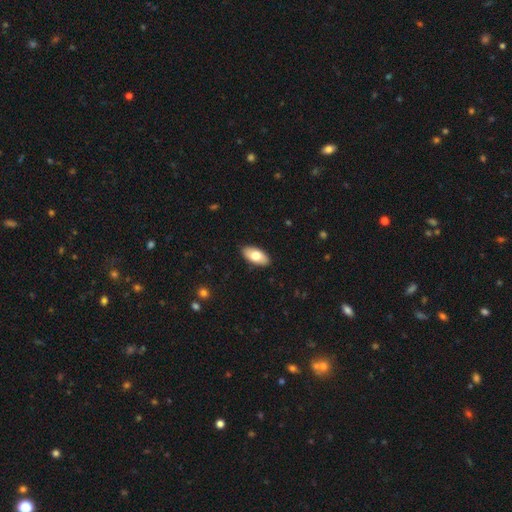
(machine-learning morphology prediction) The model was most divided on "smooth or featured": smooth: 75%, featured or disk: 19%, star or artifact: 6%. More confident: how rounded — in between (93%); merging — none (89%).